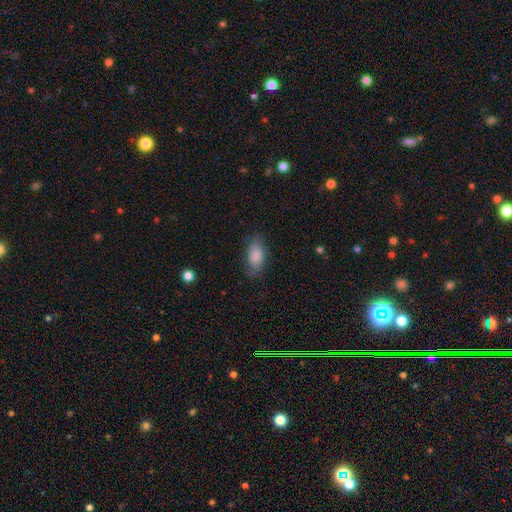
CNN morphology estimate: A smooth galaxy with no disk features (83%) that is in between round and cigar-shaped (92%). Merging: none (72%).